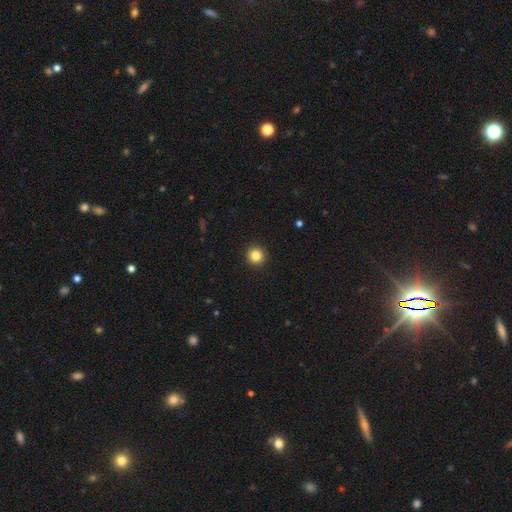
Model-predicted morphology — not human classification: smooth 85%, star or artifact 10%, featured or disk 5%. Down the decision tree: how rounded — round (95%); merging — none (93%).